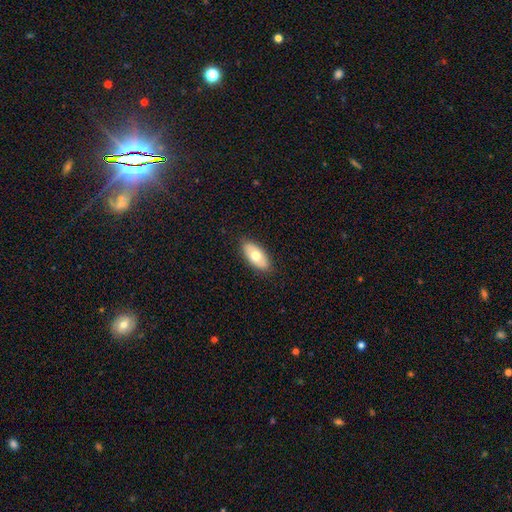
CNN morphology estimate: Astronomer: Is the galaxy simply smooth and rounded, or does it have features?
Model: smooth — 69%.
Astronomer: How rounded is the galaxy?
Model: in between — 91%.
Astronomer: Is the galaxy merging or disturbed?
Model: none — 87%.